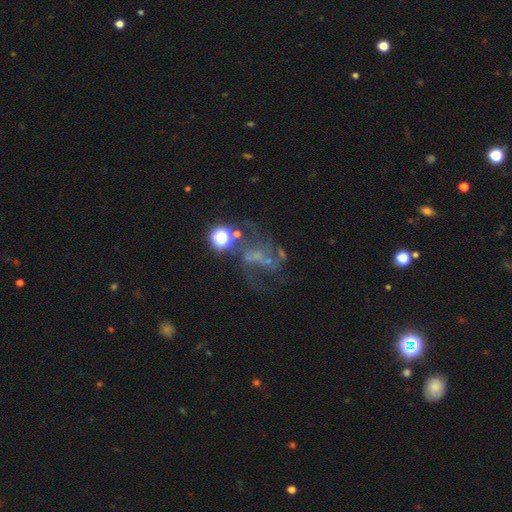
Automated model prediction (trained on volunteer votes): Overall: featured or disk (58%; star or artifact 26%). Edge-on disk: no (97%). Bar: no (62%; weak 26%). Spiral arms: yes (57%; no 43%). Bulge size: none (52%; small 30%). Merging: none (40%; major disturbance 33%).